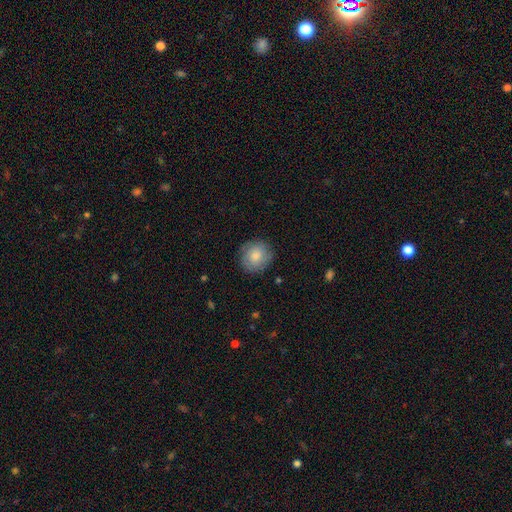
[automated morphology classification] Smooth or featured? Predicted: smooth (p=0.77). How rounded? Predicted: round (p=0.84). Merging? Predicted: none (p=0.83).